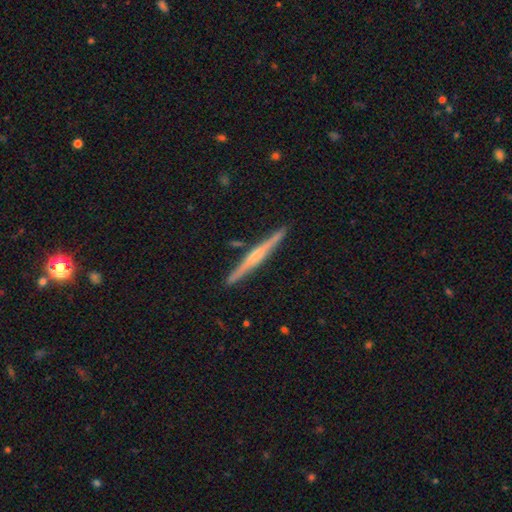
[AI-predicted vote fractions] A featured or disk galaxy (70%) viewed edge-on (98%) with a rounded central bulge (58%). Merging: none (91%).